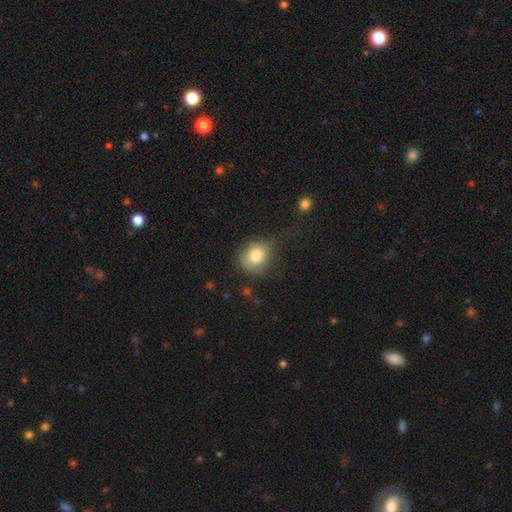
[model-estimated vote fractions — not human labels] smooth 81%, featured or disk 10%, star or artifact 9%. Down the decision tree: how rounded — round (67%); merging — none (61%).